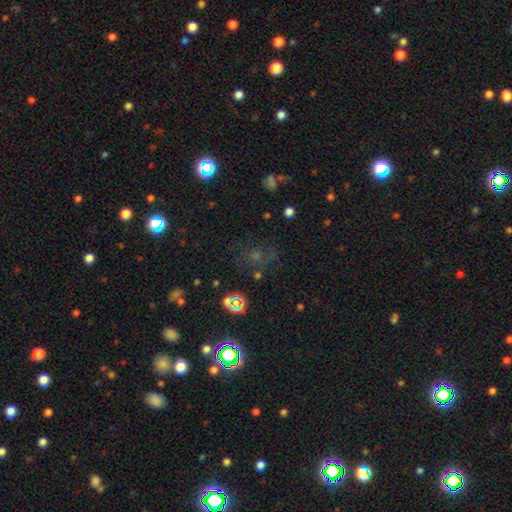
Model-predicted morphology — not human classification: smooth_or_featured: star or artifact (p=0.57) [alt: smooth p=0.30]